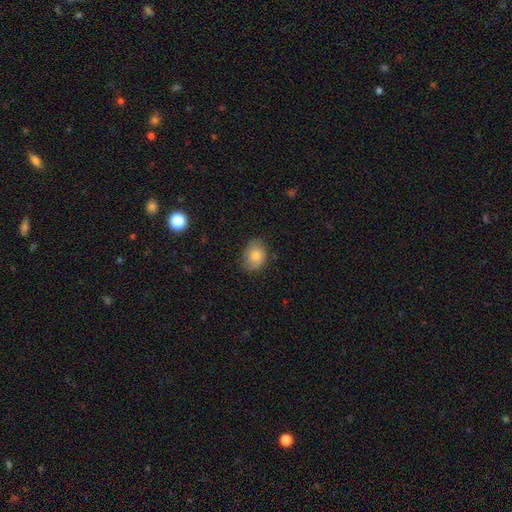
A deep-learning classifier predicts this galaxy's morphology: type=smooth (77%); roundness=in between (58%); merging=none (75%).